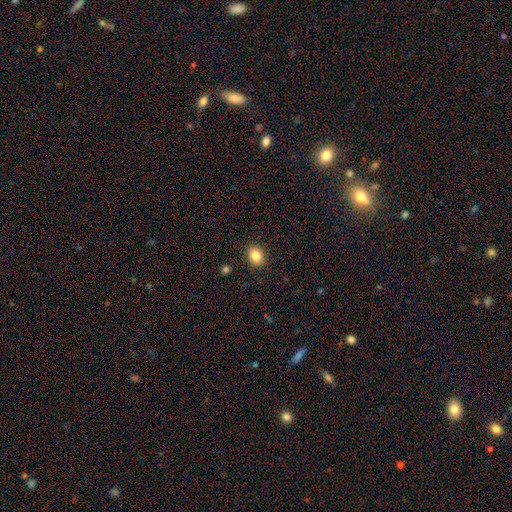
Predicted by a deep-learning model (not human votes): This appears to be a smooth galaxy with no disk features (84%) that is in between round and cigar-shaped (59%). Merging: none (90%).